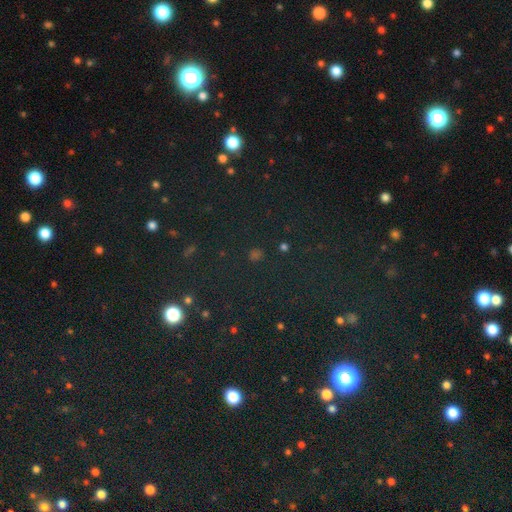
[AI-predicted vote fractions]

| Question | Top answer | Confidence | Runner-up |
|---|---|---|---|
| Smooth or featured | star or artifact | 63% | smooth (28%) |